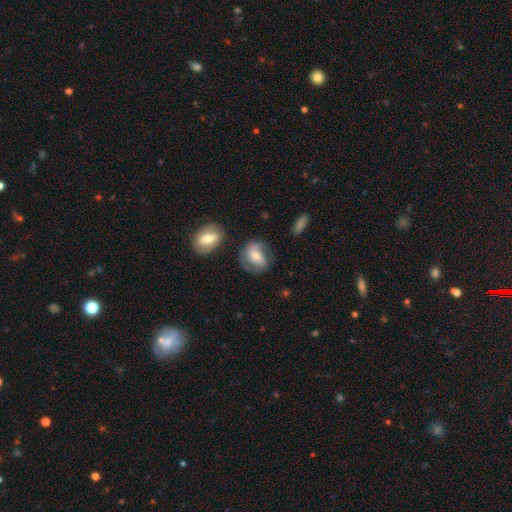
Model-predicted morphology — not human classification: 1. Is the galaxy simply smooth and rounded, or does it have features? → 50% featured or disk, 42% smooth, 7% star or artifact.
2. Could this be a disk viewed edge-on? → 95% no, 5% yes.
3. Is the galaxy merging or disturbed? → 61% none, 23% minor disturbance, 11% major disturbance, 6% merger.